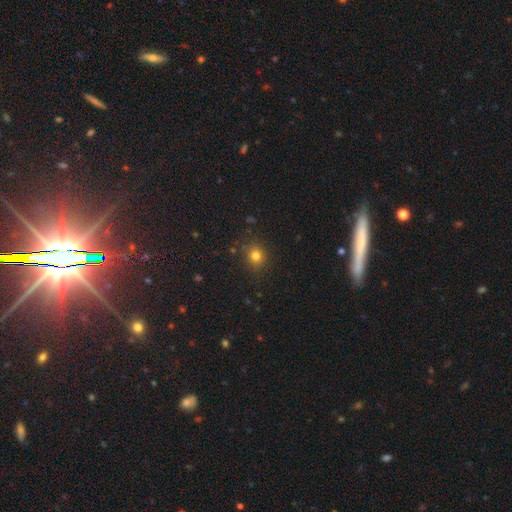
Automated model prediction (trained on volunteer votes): Smooth or featured?
  - smooth: 80% *
  - star or artifact: 14%
  - featured or disk: 6%
How rounded?
  - round: 83% *
  - in between: 16%
  - cigar-shaped: 1%
Merging?
  - none: 85% *
  - minor disturbance: 10%
  - major disturbance: 3%
  - merger: 2%